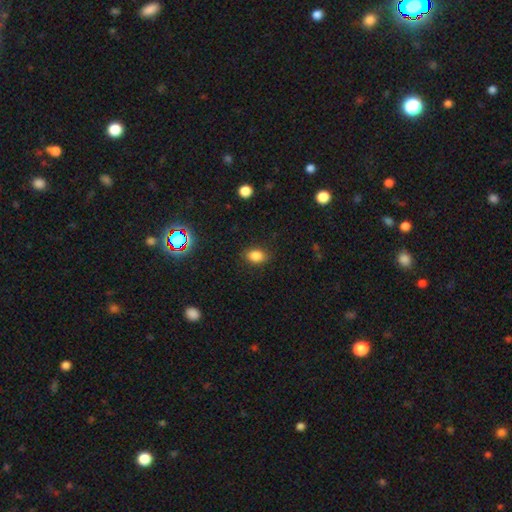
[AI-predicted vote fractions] smooth_or_featured: smooth (p=0.83) [alt: star or artifact p=0.12]
how_rounded: in between (p=0.76) [alt: round p=0.22]
merging: none (p=0.85) [alt: minor disturbance p=0.11]